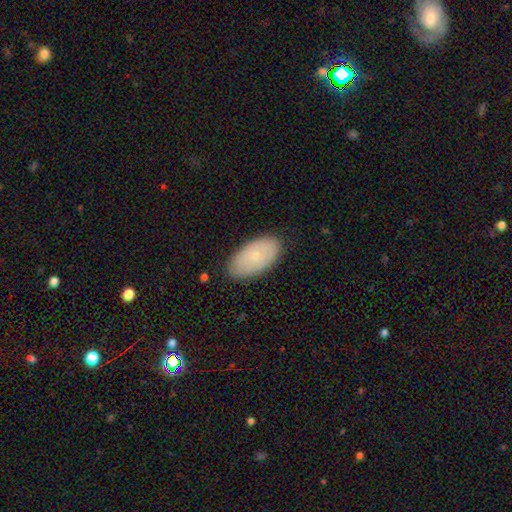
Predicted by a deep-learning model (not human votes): This is likely a smooth galaxy (66%). How rounded: clearly in between (94%). Merging: clearly none (84%).